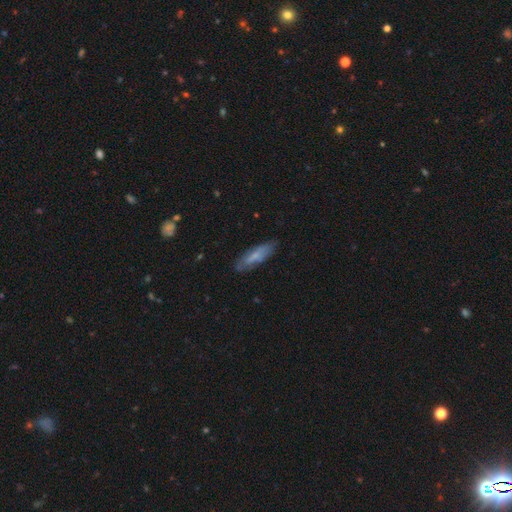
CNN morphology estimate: Overall: smooth (65%; featured or disk 29%). How rounded: cigar-shaped (54%; in between 44%). Merging: none (76%).